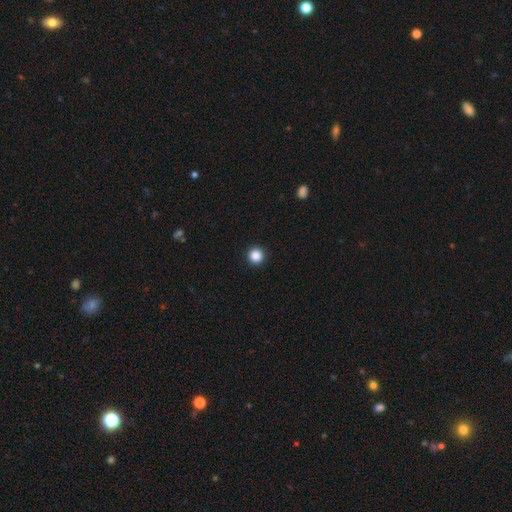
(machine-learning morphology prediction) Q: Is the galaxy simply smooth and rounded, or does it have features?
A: smooth — 87%.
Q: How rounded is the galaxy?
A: round — 96%.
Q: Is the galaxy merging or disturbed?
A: none — 93%.